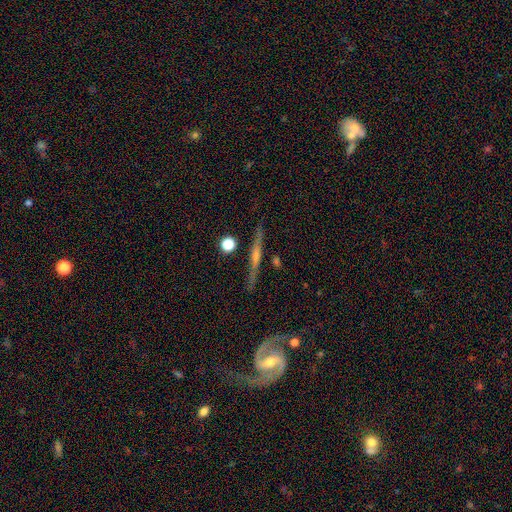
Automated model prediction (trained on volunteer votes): Morphology: type=featured or disk (77%); edge-on=yes (96%); edge-on bulge=rounded (76%); merging=none (86%).